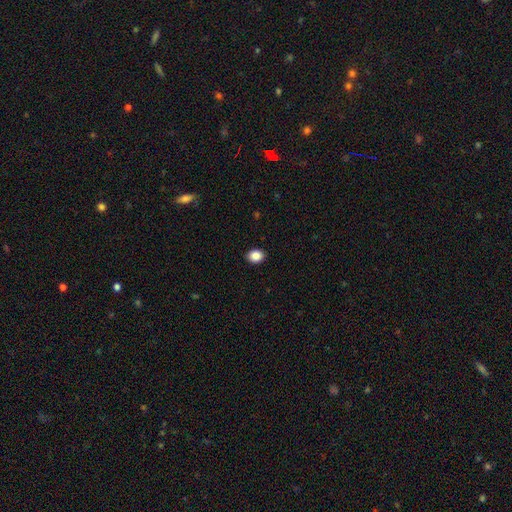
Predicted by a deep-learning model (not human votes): Smooth or featured? Predicted: smooth (p=0.88). How rounded? Predicted: round (p=0.50, tied with in between). Merging? Predicted: none (p=0.92).